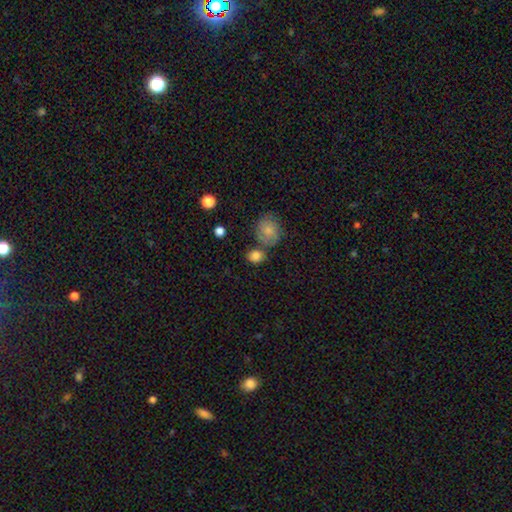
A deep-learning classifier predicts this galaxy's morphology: smooth_or_featured: smooth (p=0.83) [alt: star or artifact p=0.09]
how_rounded: round (p=0.60) [alt: in between p=0.39]
merging: none (p=0.60) [alt: merger p=0.19]